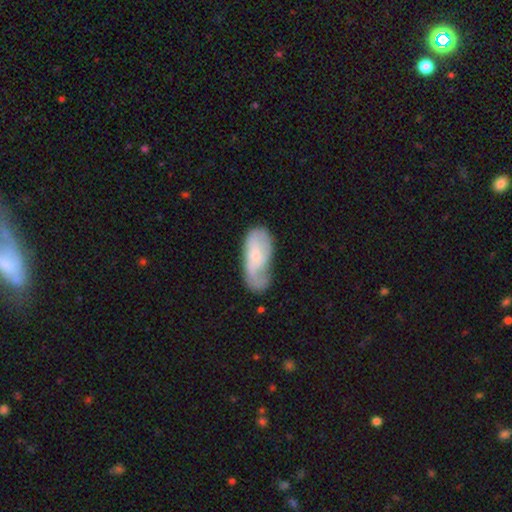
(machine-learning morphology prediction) Smooth or featured? smooth (48%)
Merging? minor disturbance (35%)